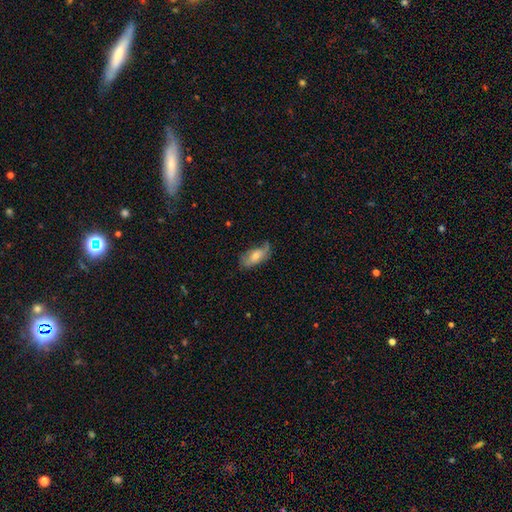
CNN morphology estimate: smooth 50%, featured or disk 42%, star or artifact 8%. Down the decision tree: merging — none (57%).